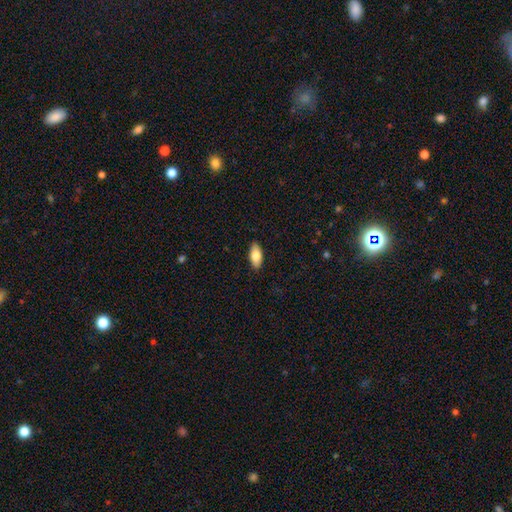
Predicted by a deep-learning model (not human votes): Smooth or featured?
  - smooth: 80% *
  - featured or disk: 14%
  - star or artifact: 6%
How rounded?
  - in between: 87% *
  - cigar-shaped: 11%
  - round: 2%
Merging?
  - none: 89% *
  - minor disturbance: 8%
  - major disturbance: 2%
  - merger: 1%